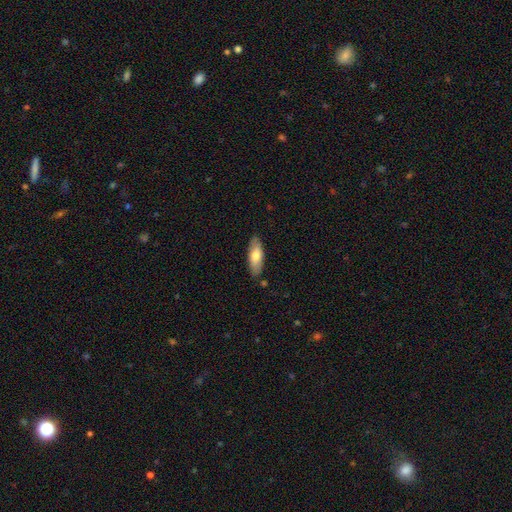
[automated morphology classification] Smooth or featured: smooth — 69% (featured or disk — 25%)
How rounded: in between — 71% (cigar-shaped — 27%)
Merging: none — 85% (minor disturbance — 11%)